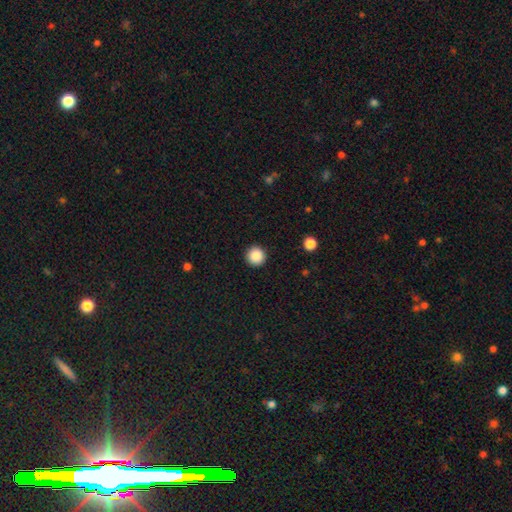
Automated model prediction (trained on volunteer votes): Smooth or featured? Predicted: smooth (p=0.87). How rounded? Predicted: round (p=0.96). Merging? Predicted: none (p=0.93).